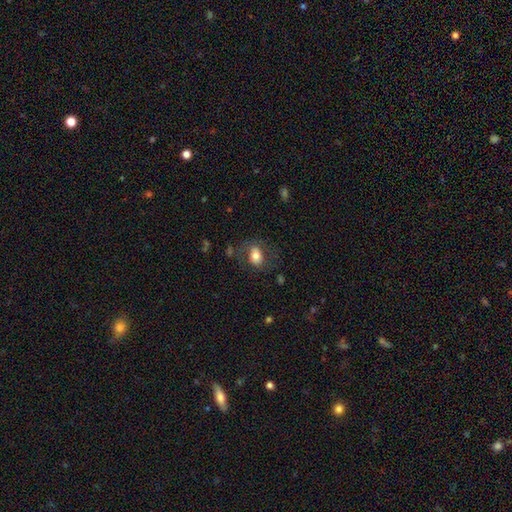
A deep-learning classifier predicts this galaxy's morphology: smooth-or-featured: smooth: 74% | featured or disk: 17% | star or artifact: 9%
  how-rounded: in between: 75% | round: 24% | cigar-shaped: 1%
  merging: none: 67% | minor disturbance: 18% | major disturbance: 13% | merger: 2%